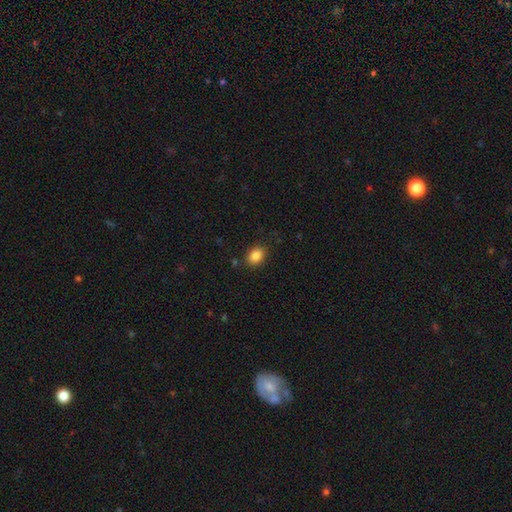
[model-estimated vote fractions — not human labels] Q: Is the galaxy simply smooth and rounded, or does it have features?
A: smooth — 86%.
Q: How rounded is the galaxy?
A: in between — 62%.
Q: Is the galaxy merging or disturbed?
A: none — 85%.